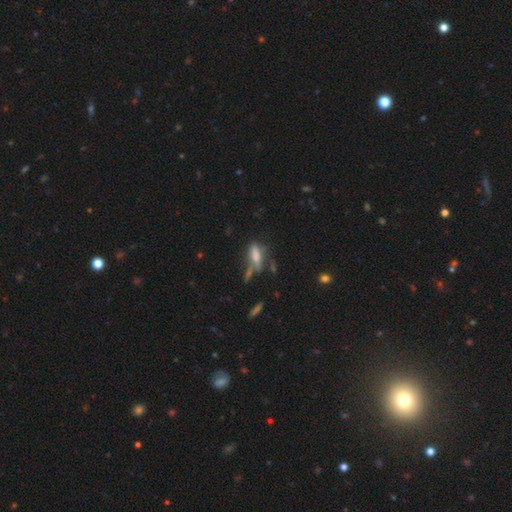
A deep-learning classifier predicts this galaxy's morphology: This is possibly a smooth galaxy (59%). How rounded: possibly in between (56%). Merging: marginally none (37%).